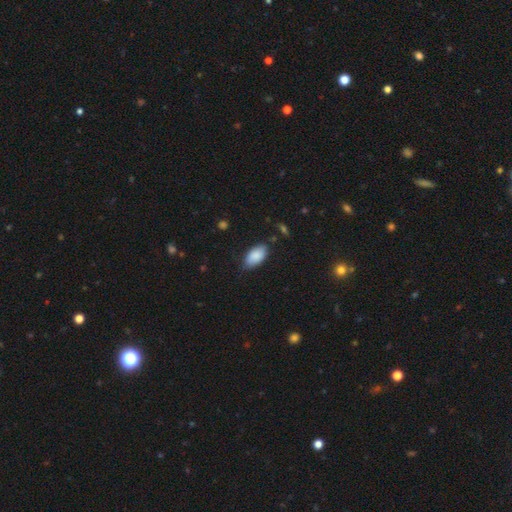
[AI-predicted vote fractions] This appears to be a smooth galaxy with no disk features (88%) that is in between round and cigar-shaped (94%). Merging: none (75%).